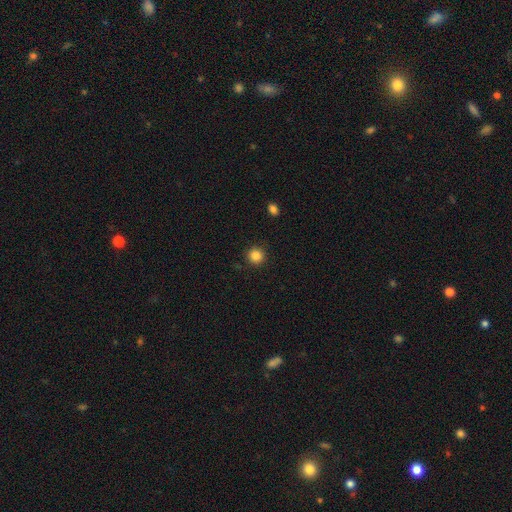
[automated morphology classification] A smooth galaxy with no disk features (85%) that is round (94%).

Vote fractions:
- Smooth or featured? smooth: 85% / star or artifact: 11% / featured or disk: 4%
- How rounded? round: 94% / in between: 5% / cigar-shaped: 1%
- Merging? none: 91% / minor disturbance: 6% / major disturbance: 2% / merger: 1%